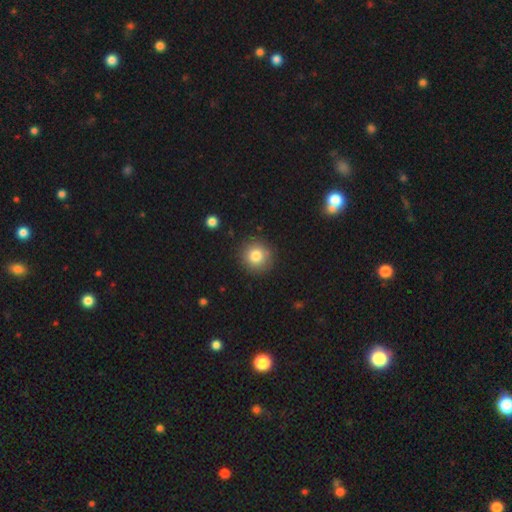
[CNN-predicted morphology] Smooth or featured?
  - smooth: 80% *
  - star or artifact: 11%
  - featured or disk: 9%
How rounded?
  - round: 93% *
  - in between: 6%
  - cigar-shaped: 1%
Merging?
  - none: 89% *
  - minor disturbance: 7%
  - major disturbance: 2%
  - merger: 1%